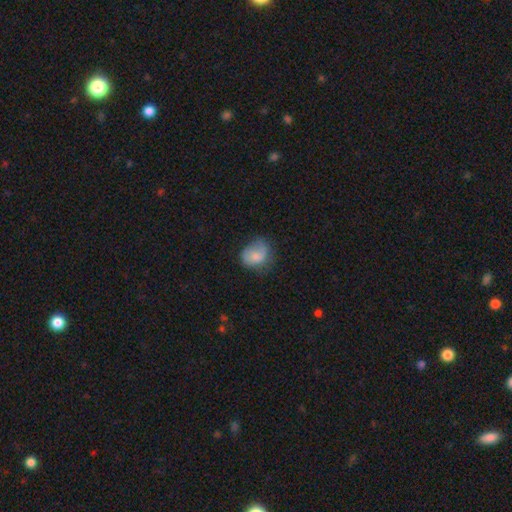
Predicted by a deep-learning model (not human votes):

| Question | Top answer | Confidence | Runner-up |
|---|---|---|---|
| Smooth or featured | smooth | 68% | featured or disk (24%) |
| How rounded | round | 50% | in between (49%) |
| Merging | none | 49% | minor disturbance (32%) |